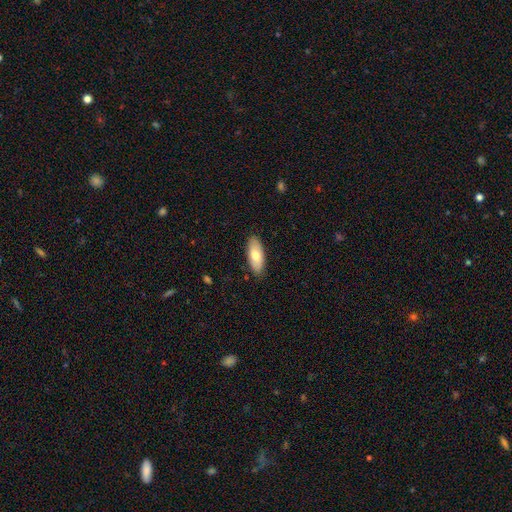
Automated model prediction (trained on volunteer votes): smooth_or_featured: smooth (p=0.71) [alt: featured or disk p=0.23]
how_rounded: in between (p=0.84) [alt: cigar-shaped p=0.14]
merging: none (p=0.87) [alt: minor disturbance p=0.10]